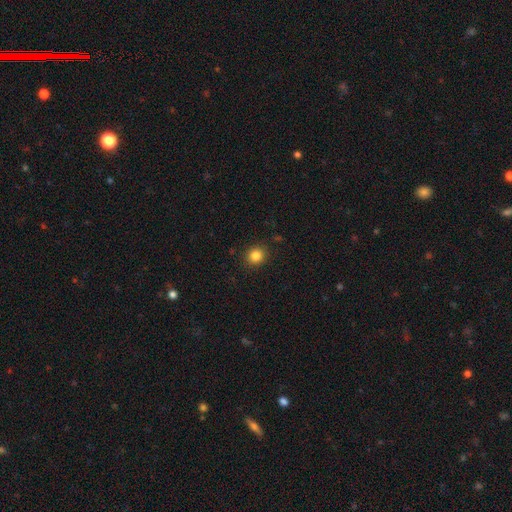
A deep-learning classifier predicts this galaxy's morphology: Q: Smooth or featured?
A: smooth (84%); runner-up: star or artifact (11%)
Q: How rounded?
A: round (82%); runner-up: in between (17%)
Q: Merging?
A: none (89%); runner-up: minor disturbance (7%)